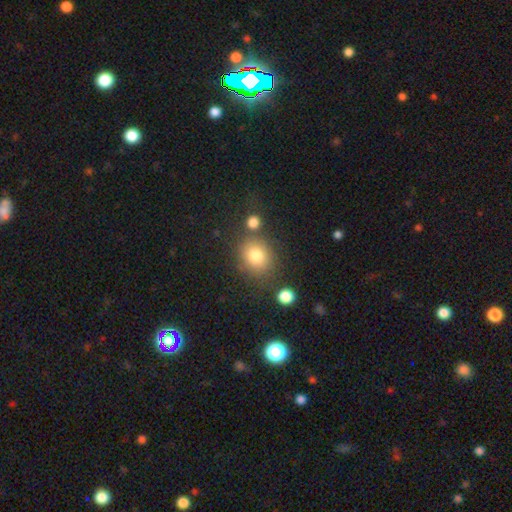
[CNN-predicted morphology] smooth-or-featured: smooth: 79% | star or artifact: 12% | featured or disk: 9%
  how-rounded: round: 74% | in between: 25% | cigar-shaped: 1%
  merging: none: 74% | minor disturbance: 12% | merger: 10% | major disturbance: 5%